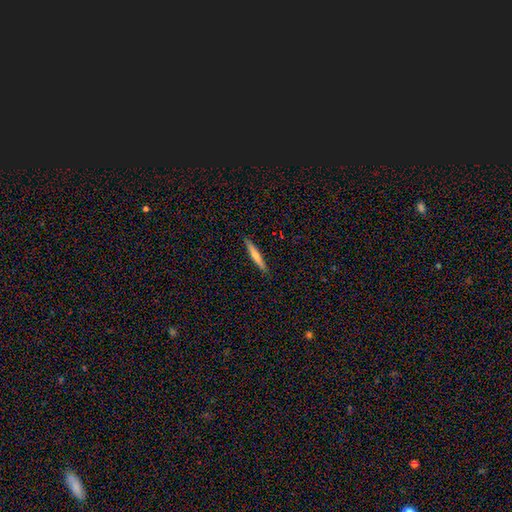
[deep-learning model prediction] Q: Smooth or featured?
A: smooth (67%); runner-up: featured or disk (27%)
Q: How rounded?
A: cigar-shaped (95%); runner-up: in between (4%)
Q: Merging?
A: none (90%); runner-up: minor disturbance (7%)